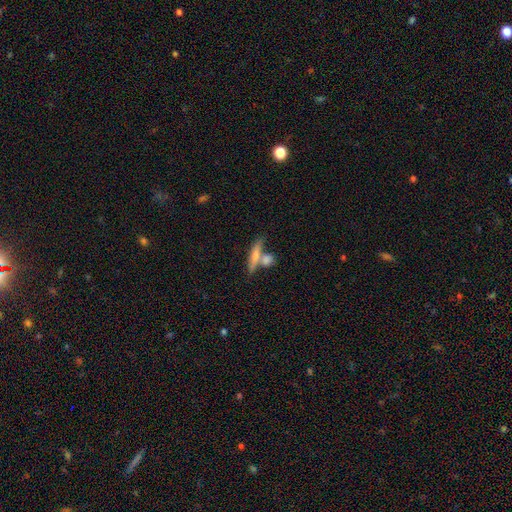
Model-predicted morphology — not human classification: Smooth or featured?
  - smooth: 55% *
  - featured or disk: 38%
  - star or artifact: 7%
How rounded?
  - cigar-shaped: 76% *
  - in between: 19%
  - round: 5%
Merging?
  - none: 50% *
  - merger: 36%
  - minor disturbance: 10%
  - major disturbance: 4%